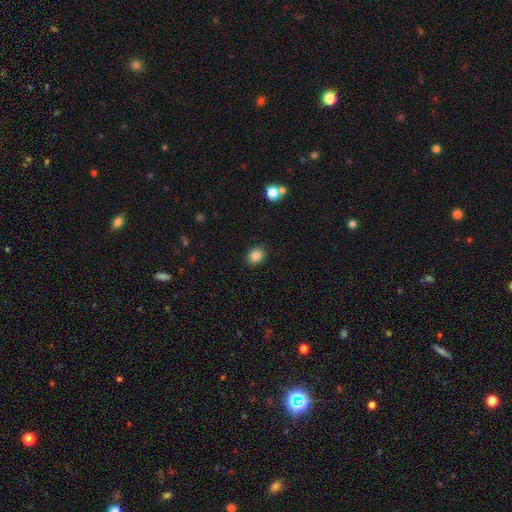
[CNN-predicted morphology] A smooth galaxy with no disk features (86%) that is in between round and cigar-shaped (54%).

Vote fractions:
- Smooth or featured? smooth: 86% / star or artifact: 10% / featured or disk: 5%
- How rounded? in between: 54% / round: 45% / cigar-shaped: 1%
- Merging? none: 88% / minor disturbance: 8% / major disturbance: 2% / merger: 2%